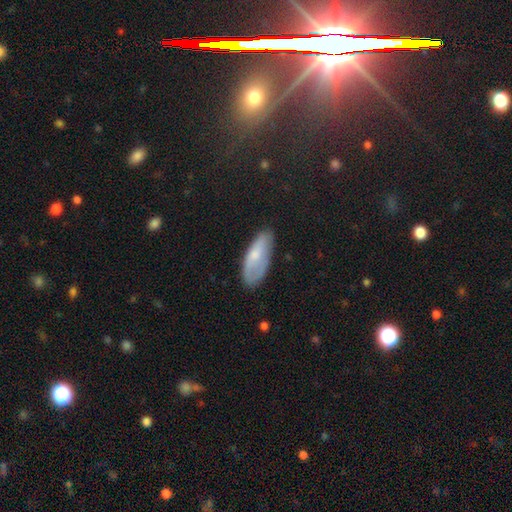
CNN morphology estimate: A smooth galaxy with no disk features (64%) that is in between round and cigar-shaped (78%).

Vote fractions:
- Smooth or featured? smooth: 64% / featured or disk: 28% / star or artifact: 8%
- How rounded? in between: 78% / cigar-shaped: 20% / round: 2%
- Merging? none: 64% / minor disturbance: 26% / major disturbance: 8% / merger: 2%